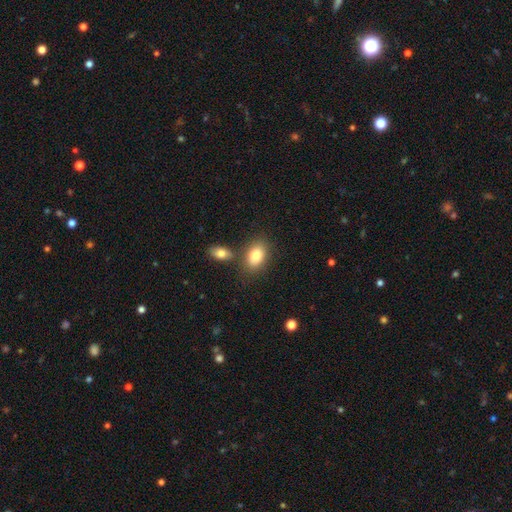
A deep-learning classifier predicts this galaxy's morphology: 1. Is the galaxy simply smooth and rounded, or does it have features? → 83% smooth, 10% featured or disk, 8% star or artifact.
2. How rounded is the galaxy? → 86% in between, 13% round, 1% cigar-shaped.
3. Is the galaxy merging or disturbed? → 67% none, 18% merger, 12% minor disturbance, 4% major disturbance.